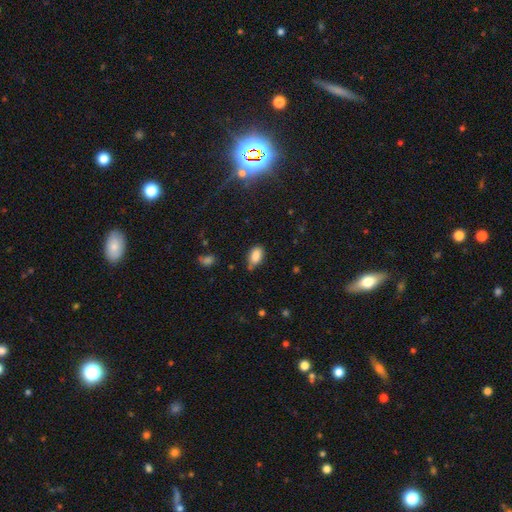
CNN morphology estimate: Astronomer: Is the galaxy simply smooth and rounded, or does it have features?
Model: smooth — 84%.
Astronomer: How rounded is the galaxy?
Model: in between — 90%.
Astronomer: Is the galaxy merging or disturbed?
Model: none — 65%.